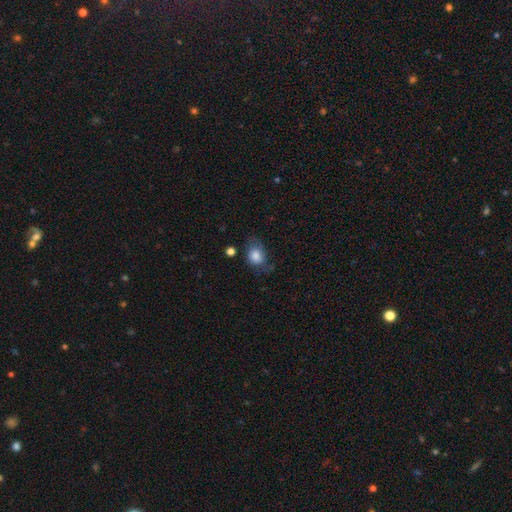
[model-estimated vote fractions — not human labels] Q: Smooth or featured?
A: smooth (81%); runner-up: featured or disk (11%)
Q: How rounded?
A: in between (59%); runner-up: round (39%)
Q: Merging?
A: none (53%); runner-up: minor disturbance (30%)